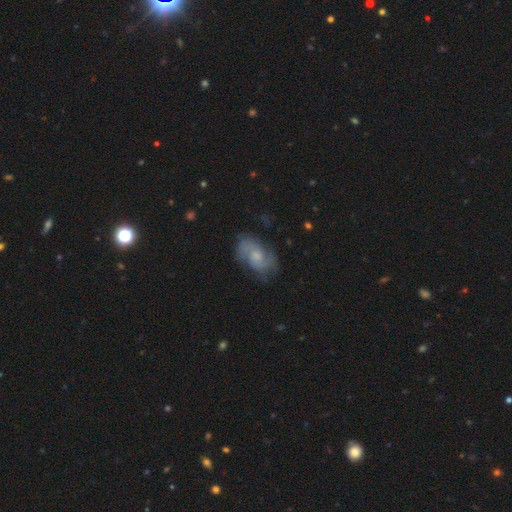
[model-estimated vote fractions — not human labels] smooth-or-featured: featured or disk: 70% | smooth: 22% | star or artifact: 8%
  disk-edge-on: no: 96% | yes: 4%
    bar: no: 64% | weak: 32% | strong: 4%
    has-spiral-arms: yes: 90% | no: 10%
      spiral-winding: medium: 49% | loose: 26% | tight: 25%
      spiral-arm-count: 2: 76% | can't tell: 13% | 3: 5% | 1: 3% | 4: 2% | more than 4: 2%
    bulge-size: small: 45% | moderate: 39% | none: 10% | large: 5% | dominant: 1%
  merging: none: 69% | minor disturbance: 20% | major disturbance: 9% | merger: 2%